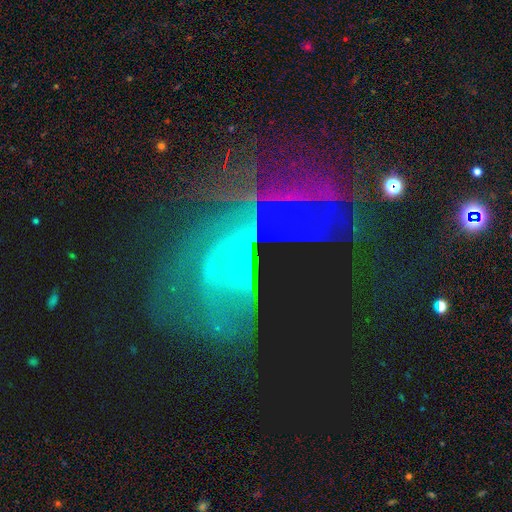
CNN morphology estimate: smooth_or_featured: featured or disk (p=0.60) [alt: star or artifact p=0.25]
disk_edge_on: no (p=0.93) [alt: yes p=0.07]
bar: no (p=0.64) [alt: weak p=0.25]
has_spiral_arms: yes (p=0.62) [alt: no p=0.38]
bulge_size: small (p=0.49) [alt: none p=0.23]
merging: major disturbance (p=0.32) [alt: none p=0.29]